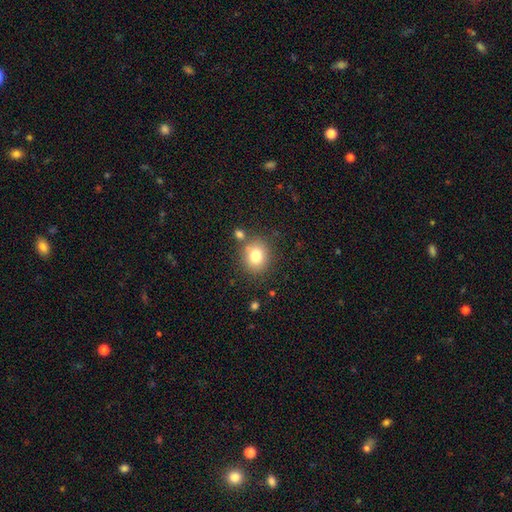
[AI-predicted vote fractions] smooth_or_featured: smooth (p=0.79) [alt: star or artifact p=0.11]
how_rounded: round (p=0.75) [alt: in between p=0.24]
merging: none (p=0.75) [alt: minor disturbance p=0.12]